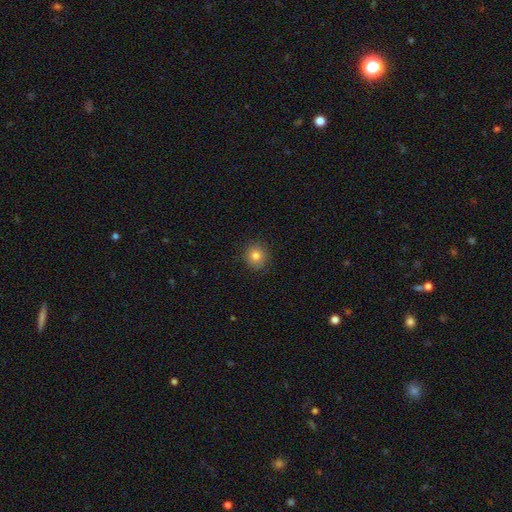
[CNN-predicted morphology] smooth_or_featured: smooth (p=0.81) [alt: star or artifact p=0.11]
how_rounded: round (p=0.90) [alt: in between p=0.09]
merging: none (p=0.88) [alt: minor disturbance p=0.08]